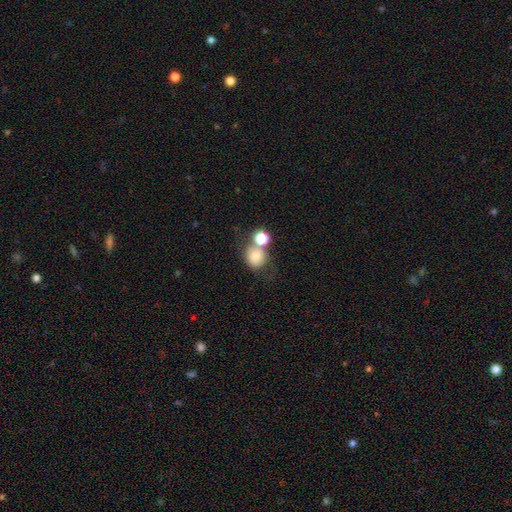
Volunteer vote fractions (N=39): Smooth or featured?
  - smooth: 69% *
  - featured or disk: 23%
  - star or artifact: 8%
How rounded?
  - round: 96% *
  - in between: 4%
  - cigar-shaped: 0%
Merging?
  - none: 47% *
  - merger: 39%
  - minor disturbance: 14%
  - major disturbance: 0%